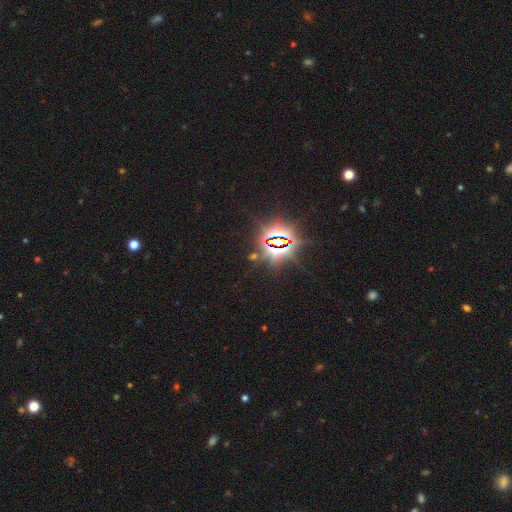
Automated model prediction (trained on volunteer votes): Morphology: type=star or artifact (85%).